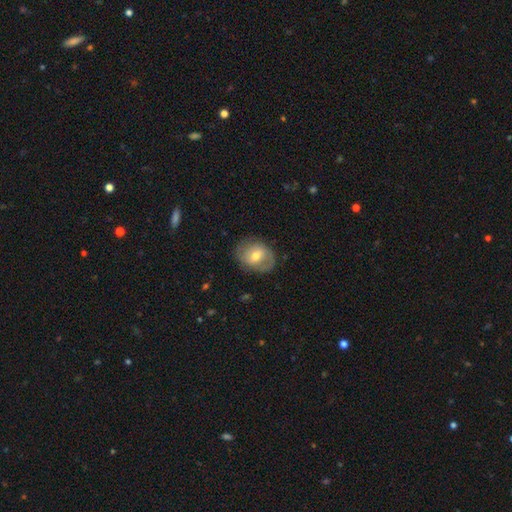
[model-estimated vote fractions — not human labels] Smooth or featured?
  - featured or disk: 50% *
  - smooth: 42%
  - star or artifact: 7%
Edge-on disk?
  - no: 95% *
  - yes: 5%
Merging?
  - none: 73% *
  - minor disturbance: 18%
  - major disturbance: 8%
  - merger: 1%